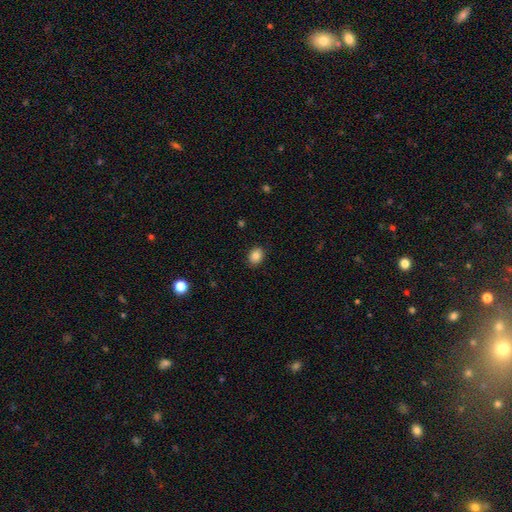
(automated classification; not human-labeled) Smooth or featured? Predicted: smooth (p=0.84). How rounded? Predicted: in between (p=0.51). Merging? Predicted: none (p=0.88).